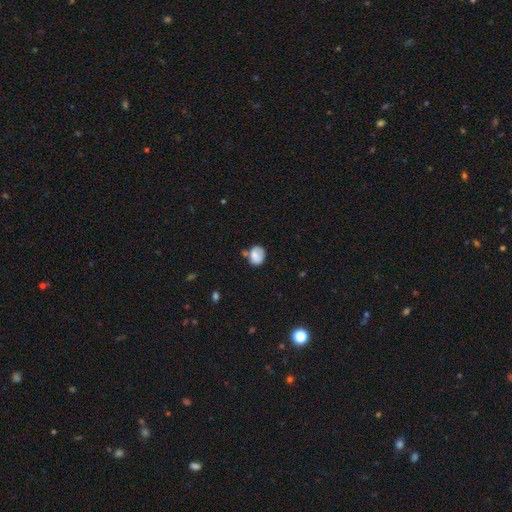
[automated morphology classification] Smooth or featured? Predicted: smooth (p=0.76). How rounded? Predicted: round (p=0.52). Merging? Predicted: none (p=0.50).